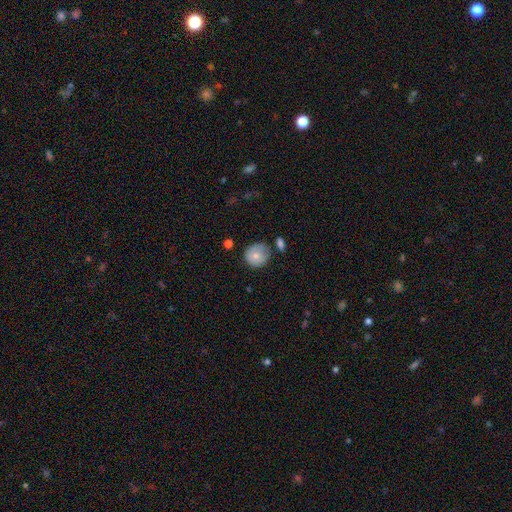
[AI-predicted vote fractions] smooth 75%, featured or disk 18%, star or artifact 8%. Down the decision tree: how rounded — round (86%); merging — none (64%).